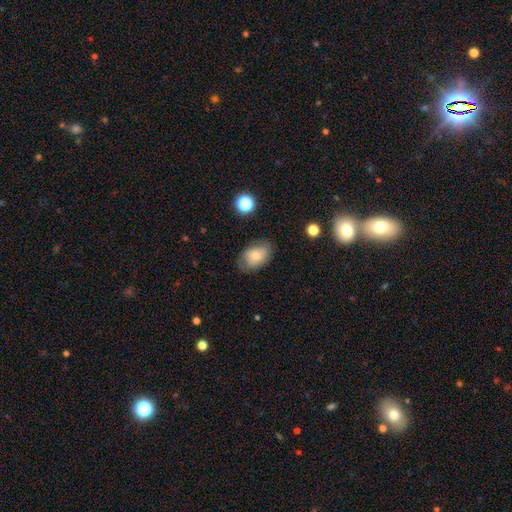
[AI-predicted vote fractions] Smooth or featured? smooth (65%)
How rounded? in between (82%)
Merging? none (73%)